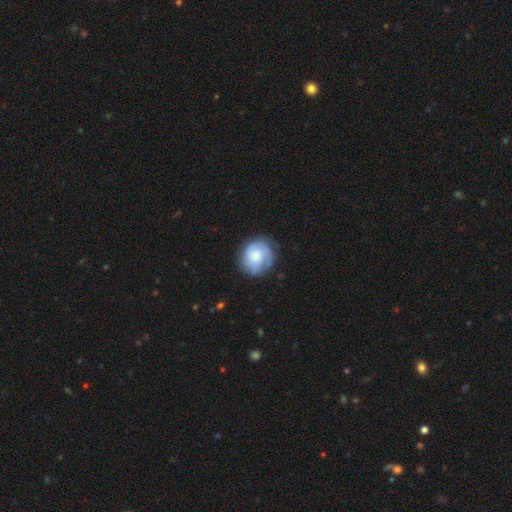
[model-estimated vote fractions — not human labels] This is possibly a smooth galaxy (50%). Merging: likely none (74%).